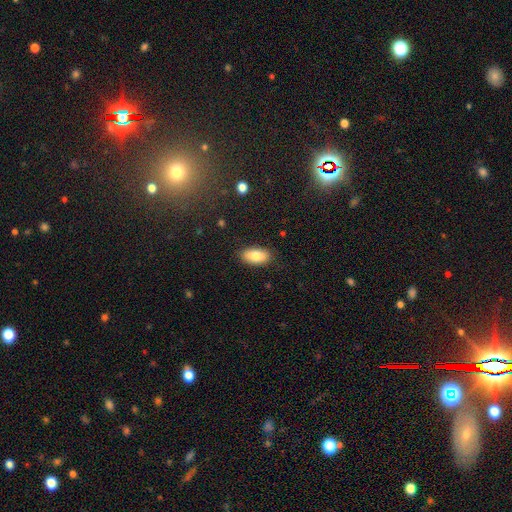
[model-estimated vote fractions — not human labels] Smooth or featured?
  - smooth: 83% *
  - featured or disk: 10%
  - star or artifact: 7%
How rounded?
  - in between: 93% *
  - cigar-shaped: 3%
  - round: 3%
Merging?
  - none: 87% *
  - minor disturbance: 10%
  - major disturbance: 2%
  - merger: 1%